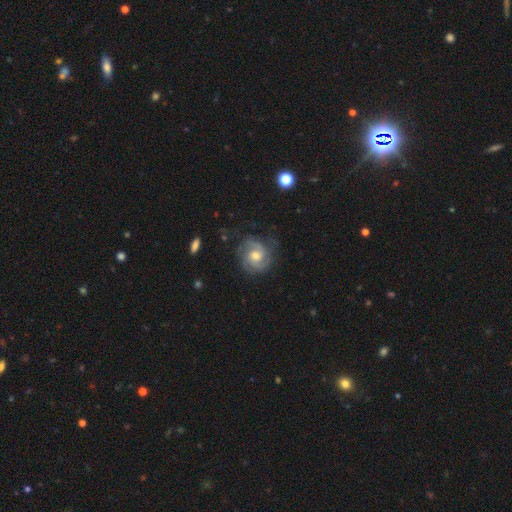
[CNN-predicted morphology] The model was most divided on "spiral winding": tight: 53%, medium: 39%, loose: 8%. More confident: edge-on disk — no (98%); spiral arms — yes (97%); smooth or featured — featured or disk (85%); merging — none (75%); bulge size — moderate (68%); bar — no (60%); spiral arm count — 2 (52%).